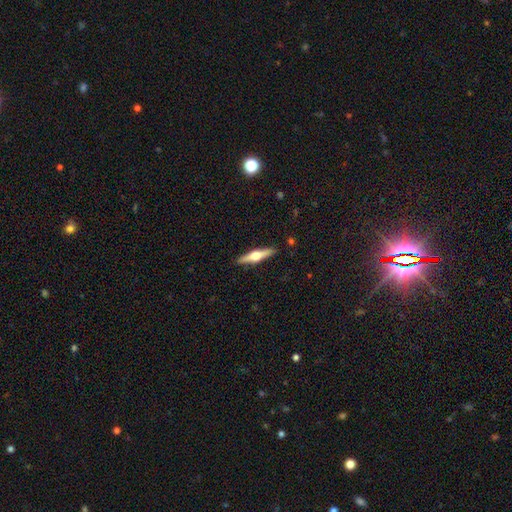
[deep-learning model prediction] Overall: featured or disk (63%; smooth 32%). Edge-on disk: yes (96%). Edge-on bulge: rounded (96%). Merging: none (91%).